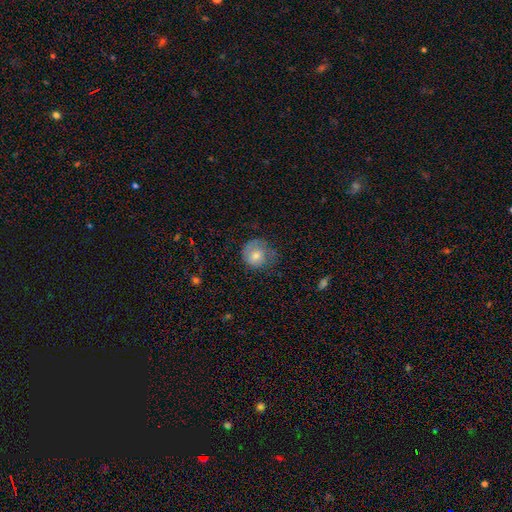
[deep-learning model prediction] Morphology: type=smooth (61%); roundness=round (83%); merging=none (56%).